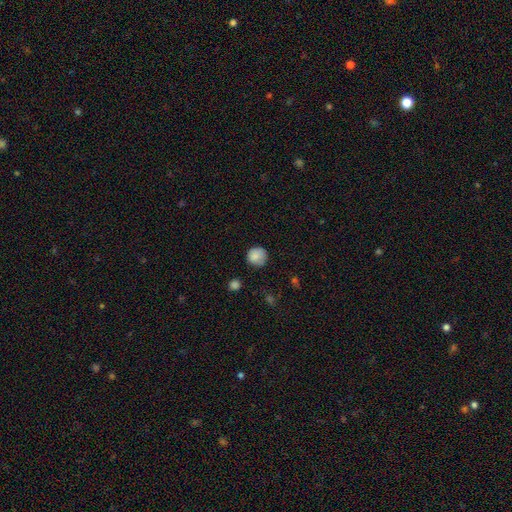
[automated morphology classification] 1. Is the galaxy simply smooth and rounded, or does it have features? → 85% smooth, 9% star or artifact, 7% featured or disk.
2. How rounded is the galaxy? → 91% round, 8% in between, 1% cigar-shaped.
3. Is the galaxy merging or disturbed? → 77% none, 18% minor disturbance, 4% major disturbance, 2% merger.